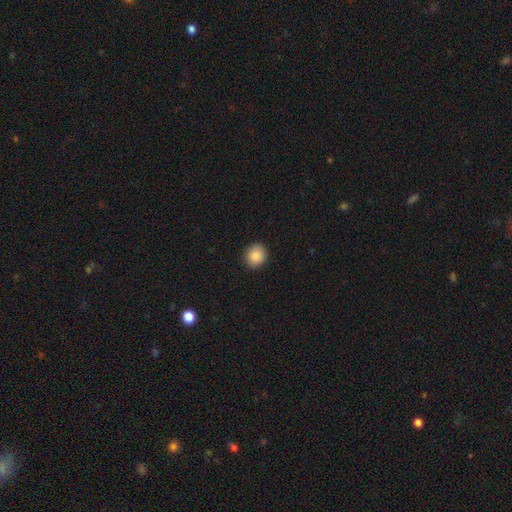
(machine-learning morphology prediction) The model was most divided on "how rounded": round: 79%, in between: 20%, cigar-shaped: 1%. More confident: merging — none (90%); smooth or featured — smooth (87%).